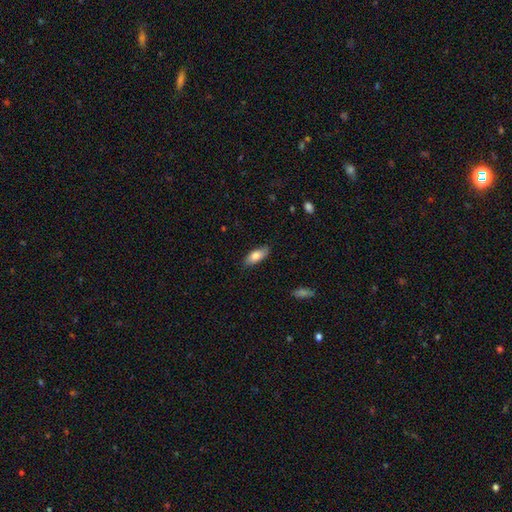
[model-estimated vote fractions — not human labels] Morphology: type=smooth (79%); roundness=in between (83%); merging=none (84%).